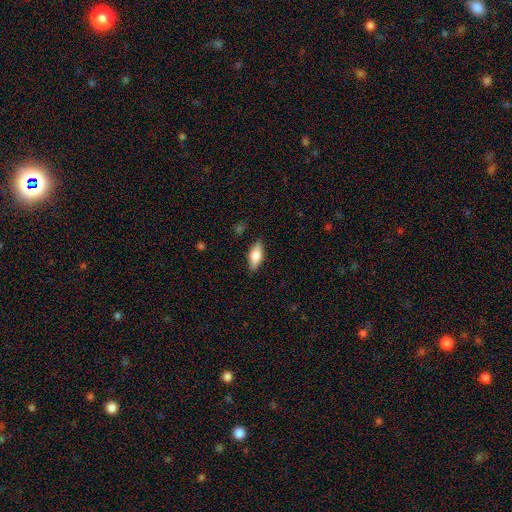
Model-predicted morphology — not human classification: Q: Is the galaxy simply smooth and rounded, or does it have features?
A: smooth — 70%.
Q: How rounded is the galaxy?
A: in between — 76%.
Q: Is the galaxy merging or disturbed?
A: none — 85%.